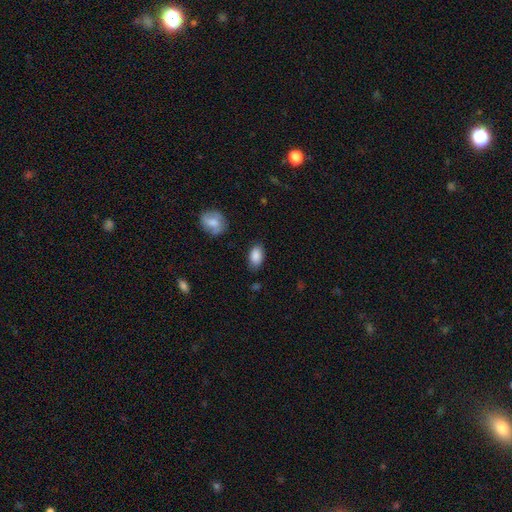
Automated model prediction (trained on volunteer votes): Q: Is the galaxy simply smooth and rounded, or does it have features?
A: smooth — 87%.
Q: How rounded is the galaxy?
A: in between — 93%.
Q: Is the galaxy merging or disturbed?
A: none — 80%.